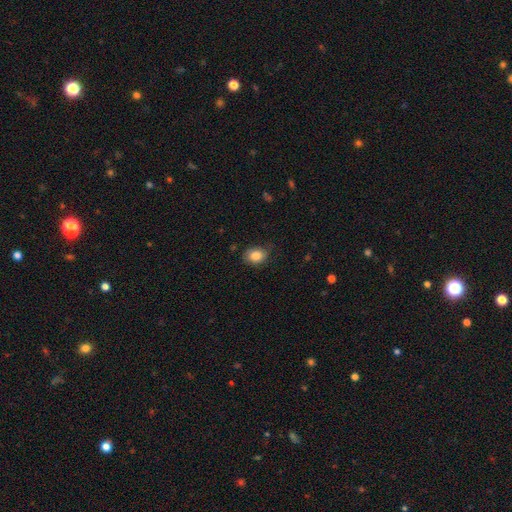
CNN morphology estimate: Q: Smooth or featured?
A: smooth (83%); runner-up: star or artifact (9%)
Q: How rounded?
A: in between (59%); runner-up: round (40%)
Q: Merging?
A: none (74%); runner-up: minor disturbance (20%)